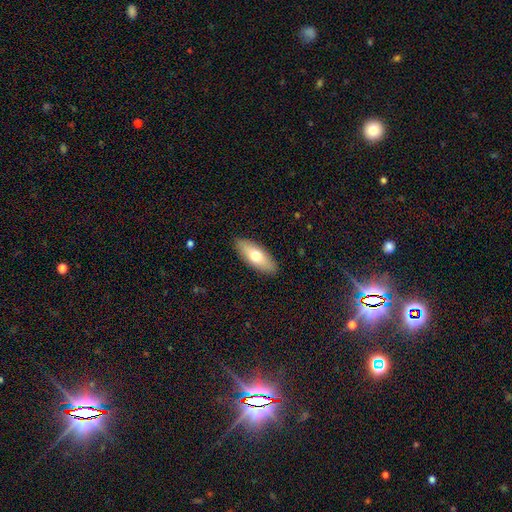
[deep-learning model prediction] smooth 68%, featured or disk 26%, star or artifact 6%. Down the decision tree: how rounded — in between (74%); merging — none (89%).